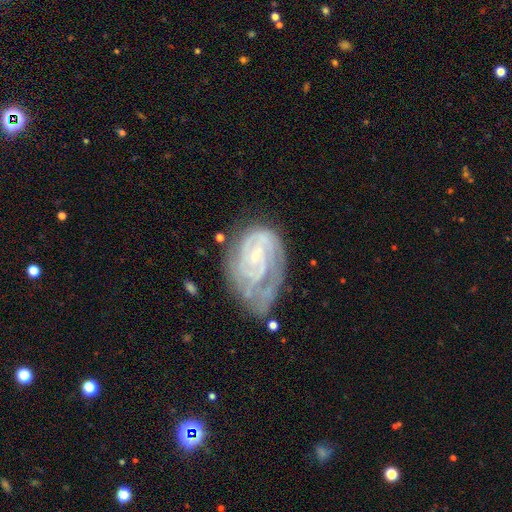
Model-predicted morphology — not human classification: Overall: featured or disk (84%). Edge-on disk: no (97%). Bar: no (54%; weak 37%). Spiral arms: yes (94%). Spiral arm count: 2 (42%; can't tell 27%). Spiral winding: tight (65%; medium 29%). Bulge size: small (74%). Merging: none (43%; minor disturbance 30%).